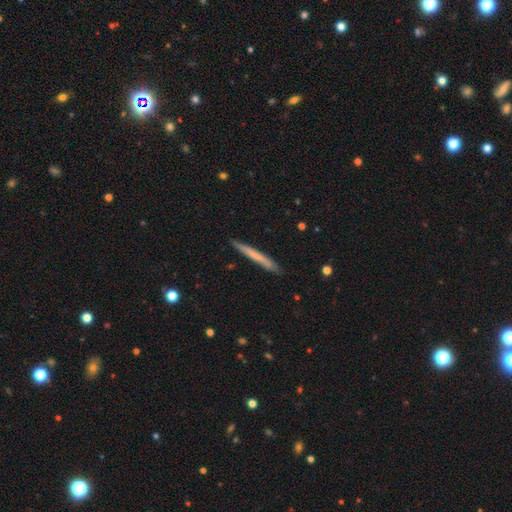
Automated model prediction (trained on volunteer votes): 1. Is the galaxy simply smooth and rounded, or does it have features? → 61% smooth, 33% featured or disk, 6% star or artifact.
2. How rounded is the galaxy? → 97% cigar-shaped, 2% in between, 1% round.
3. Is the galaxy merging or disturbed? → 89% none, 9% minor disturbance, 1% major disturbance, 1% merger.